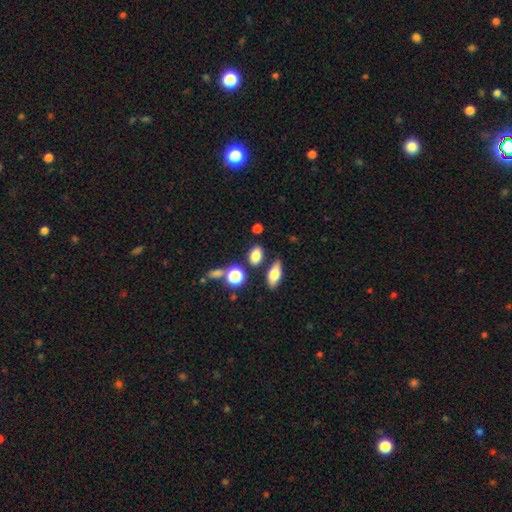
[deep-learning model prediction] A smooth galaxy with no disk features (79%) that is in between round and cigar-shaped (76%). Merging: none (75%).